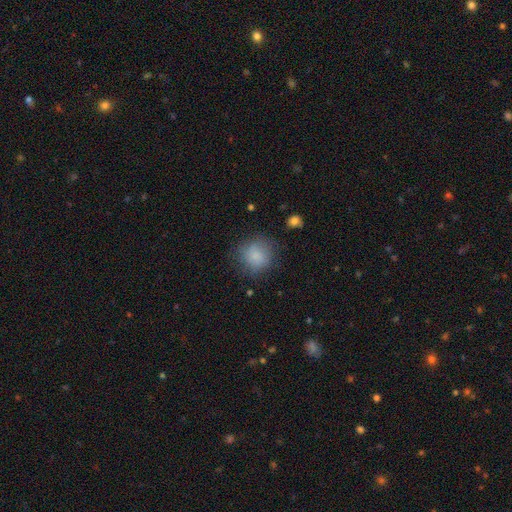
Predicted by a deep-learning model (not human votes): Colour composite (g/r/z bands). It shows a smooth galaxy with no disk features (82%) that is round (84%). Merging: none (69%).